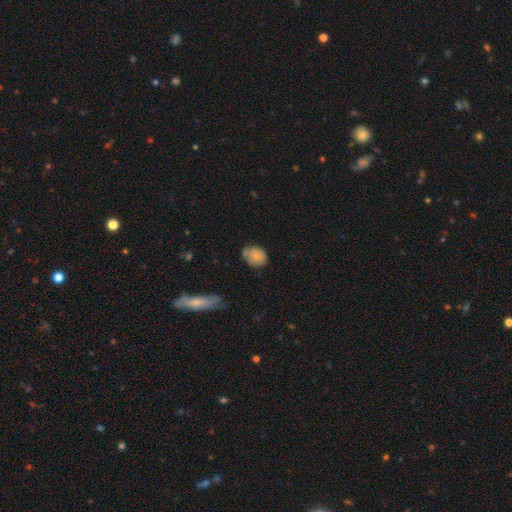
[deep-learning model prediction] Morphology: type=smooth (78%); roundness=round (60%); merging=none (59%).